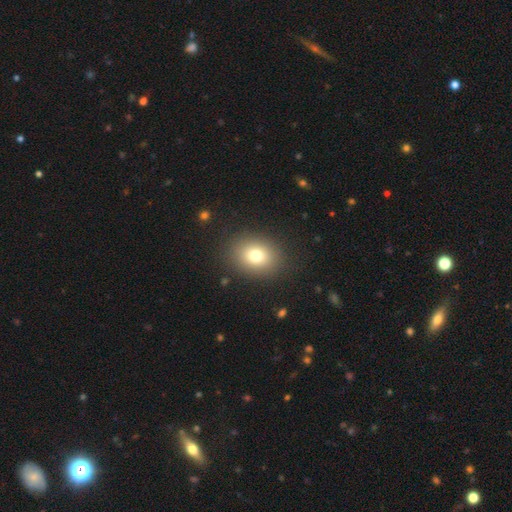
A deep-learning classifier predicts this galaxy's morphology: Smooth or featured?
  - smooth: 77% *
  - star or artifact: 12%
  - featured or disk: 11%
How rounded?
  - round: 52% *
  - in between: 47%
  - cigar-shaped: 1%
Merging?
  - none: 87% *
  - minor disturbance: 8%
  - major disturbance: 4%
  - merger: 1%